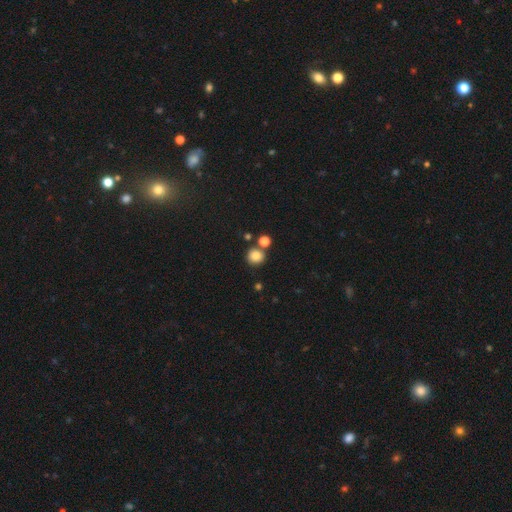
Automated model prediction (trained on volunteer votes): smooth_or_featured: smooth (p=0.84) [alt: star or artifact p=0.11]
how_rounded: round (p=0.90) [alt: in between p=0.09]
merging: none (p=0.74) [alt: merger p=0.15]